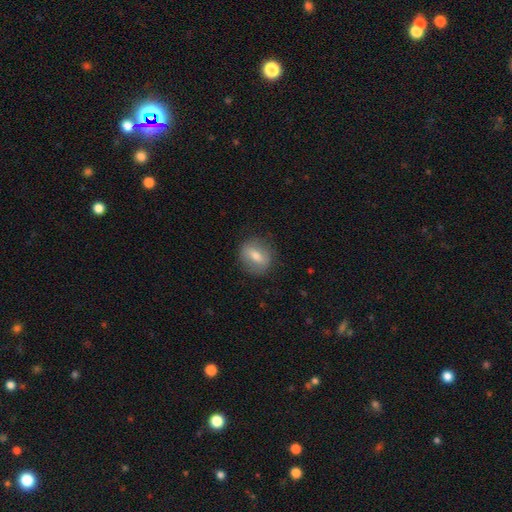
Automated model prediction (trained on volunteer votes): The model was most divided on "how rounded": round: 61%, in between: 36%, cigar-shaped: 3%. More confident: merging — none (82%); smooth or featured — smooth (61%).